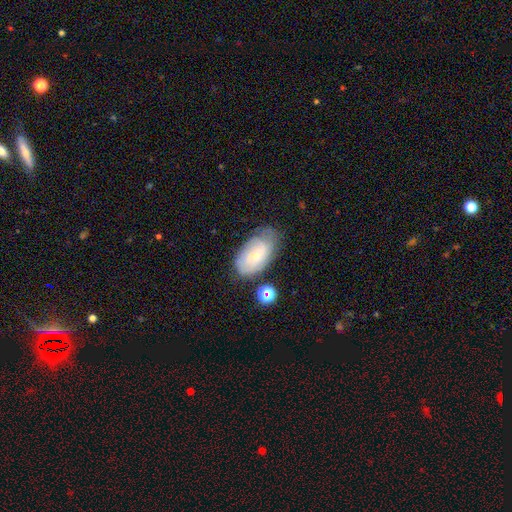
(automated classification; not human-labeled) Q: Smooth or featured?
A: featured or disk (47%); runner-up: smooth (44%)
Q: Merging?
A: none (58%); runner-up: minor disturbance (28%)